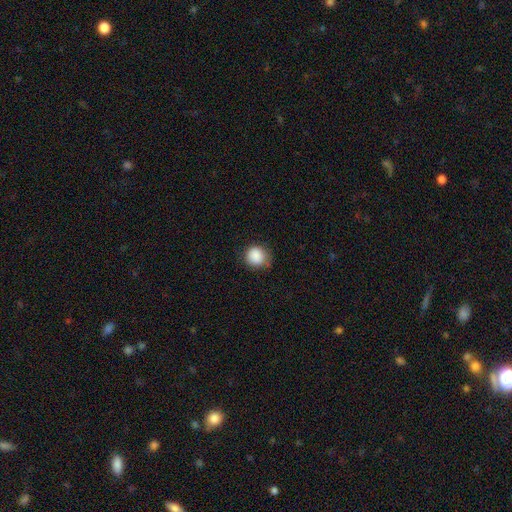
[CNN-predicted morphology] smooth_or_featured: smooth (p=0.88) [alt: star or artifact p=0.08]
how_rounded: round (p=0.86) [alt: in between p=0.13]
merging: none (p=0.73) [alt: minor disturbance p=0.22]